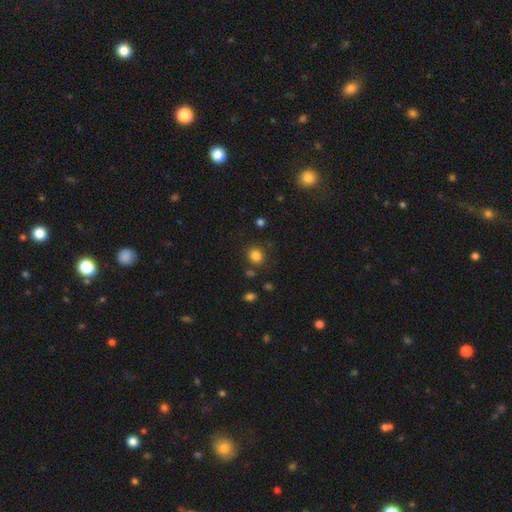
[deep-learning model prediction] A smooth galaxy with no disk features (83%) that is round (77%). Merging: none (83%).